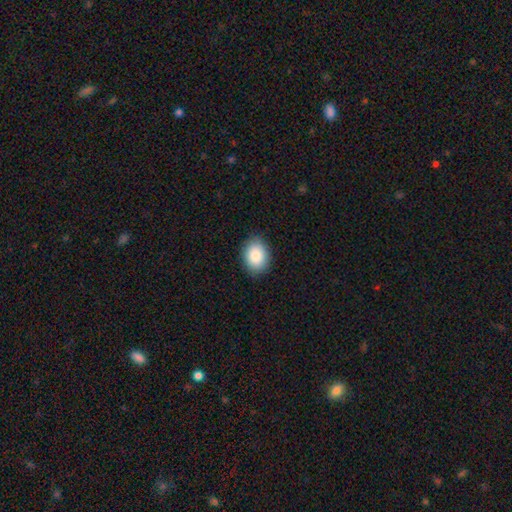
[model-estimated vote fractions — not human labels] Overall: smooth (87%). How rounded: in between (70%). Merging: none (88%).